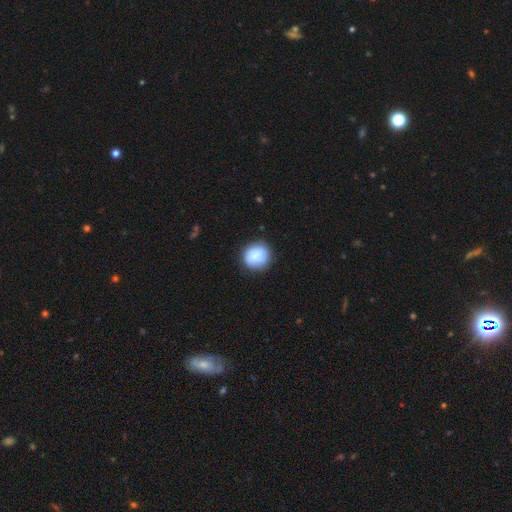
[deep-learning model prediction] smooth-or-featured: smooth: 84% | featured or disk: 8% | star or artifact: 7%
  how-rounded: round: 83% | in between: 16% | cigar-shaped: 1%
  merging: none: 83% | minor disturbance: 12% | major disturbance: 3% | merger: 1%